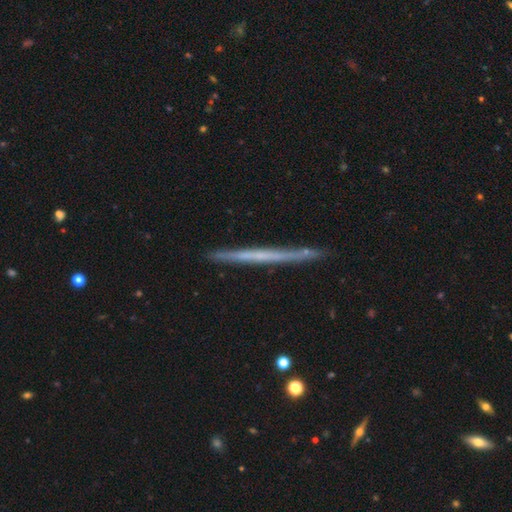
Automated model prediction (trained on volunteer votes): Morphology: type=featured or disk (60%); edge-on=yes (97%); edge-on bulge=none (91%); merging=none (89%).